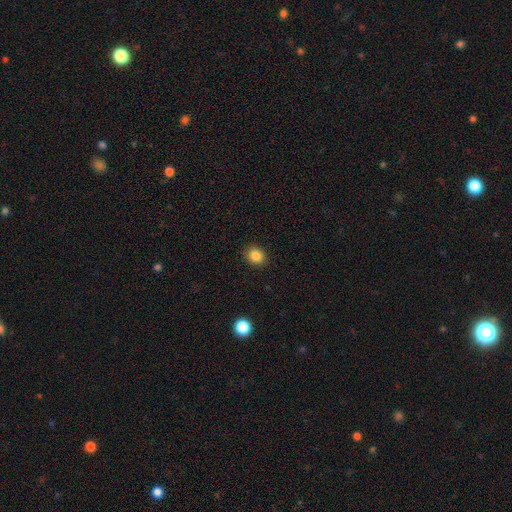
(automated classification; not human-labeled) The model was most divided on "how rounded": round: 63%, in between: 36%, cigar-shaped: 1%. More confident: merging — none (90%); smooth or featured — smooth (85%).